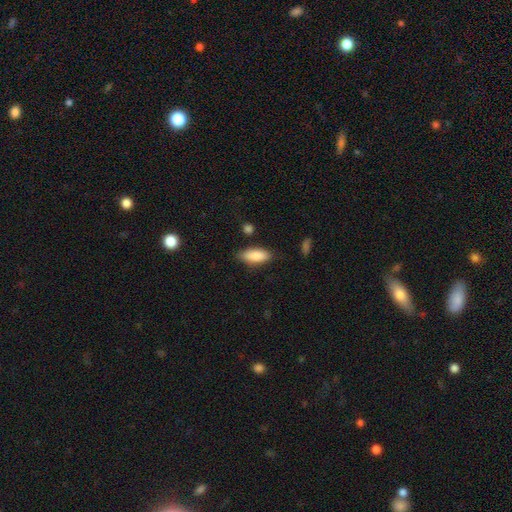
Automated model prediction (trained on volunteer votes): The model was most divided on "how rounded": in between: 77%, cigar-shaped: 21%, round: 2%. More confident: smooth or featured — smooth (86%); merging — none (79%).